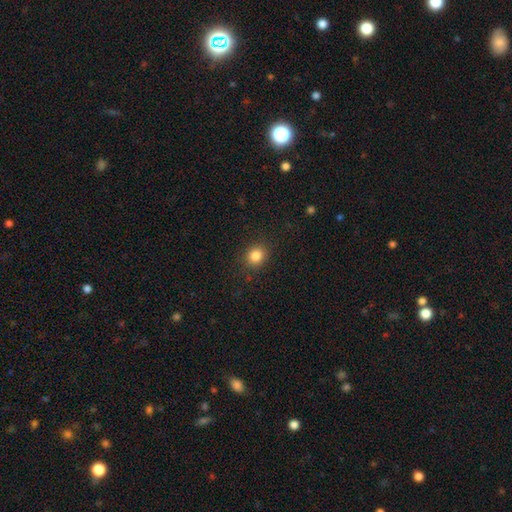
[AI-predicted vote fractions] Smooth or featured? smooth (84%)
How rounded? round (71%)
Merging? none (88%)